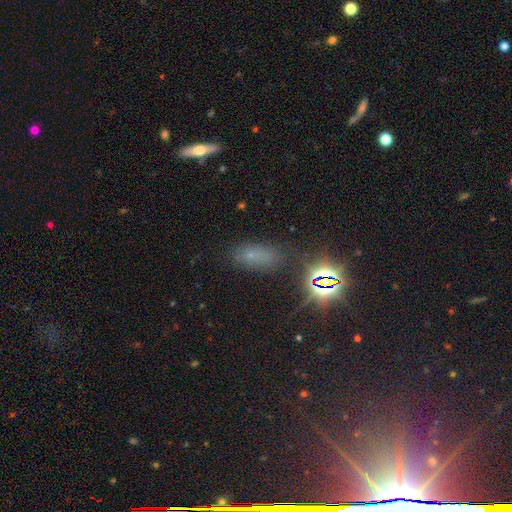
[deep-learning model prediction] Smooth or featured? Predicted: smooth (p=0.48). Merging? Predicted: none (p=0.77).